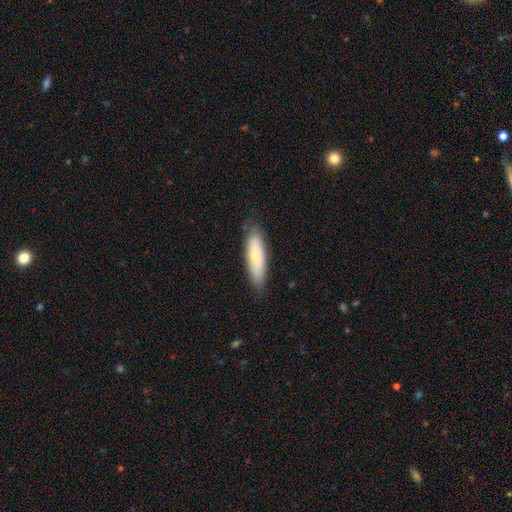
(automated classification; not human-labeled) This appears to be a smooth galaxy with no disk features (66%) that is cigar-shaped (50%). Merging: none (81%).